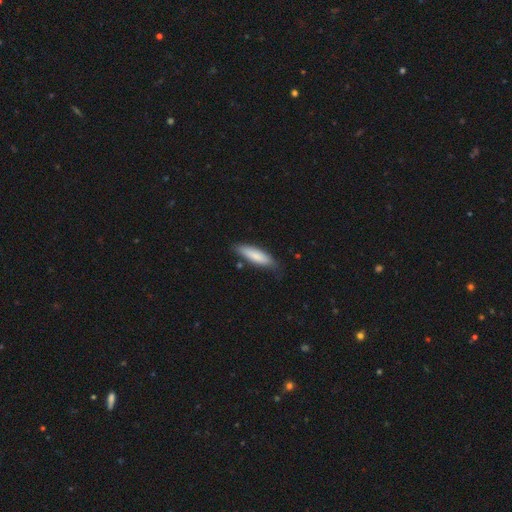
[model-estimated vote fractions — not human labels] This is clearly a smooth galaxy (81%). How rounded: likely cigar-shaped (65%). Merging: likely none (74%).